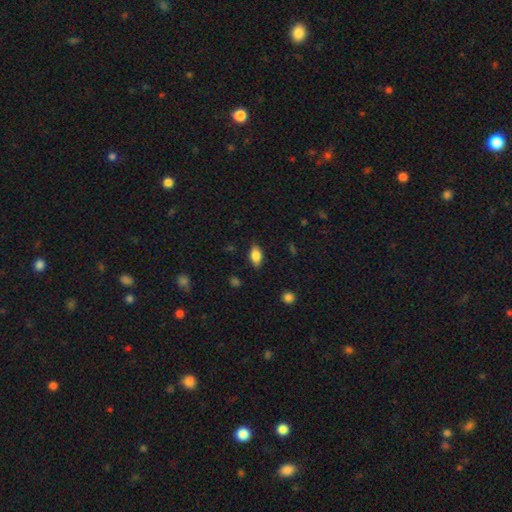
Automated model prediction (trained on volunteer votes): Morphology: type=smooth (75%); roundness=in between (87%); merging=none (83%).